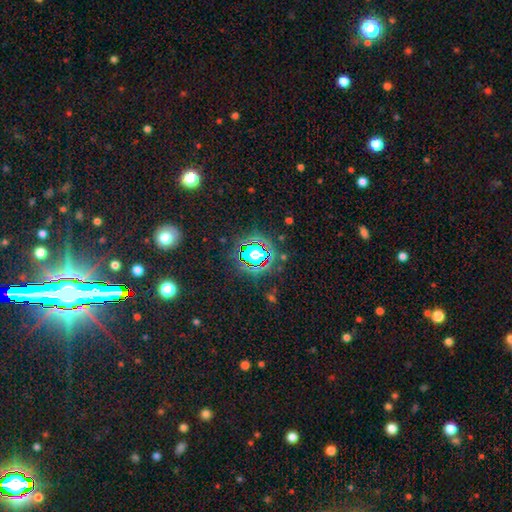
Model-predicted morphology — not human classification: Smooth or featured?
  - star or artifact: 65% *
  - smooth: 24%
  - featured or disk: 11%